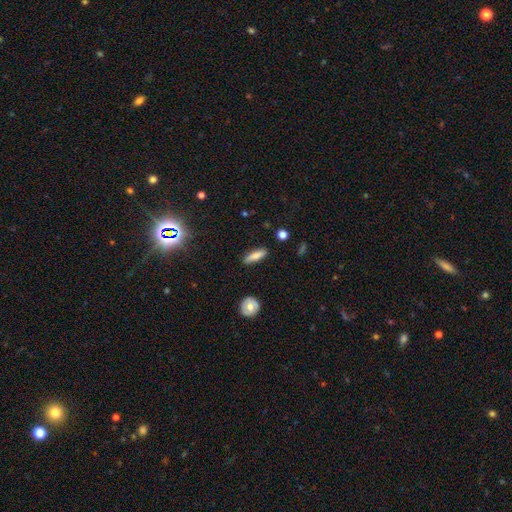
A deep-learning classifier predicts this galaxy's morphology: A smooth galaxy with no disk features (78%) that is cigar-shaped (63%).

Vote fractions:
- Smooth or featured? smooth: 78% / featured or disk: 15% / star or artifact: 7%
- How rounded? cigar-shaped: 63% / in between: 34% / round: 3%
- Merging? none: 86% / minor disturbance: 10% / major disturbance: 2% / merger: 2%